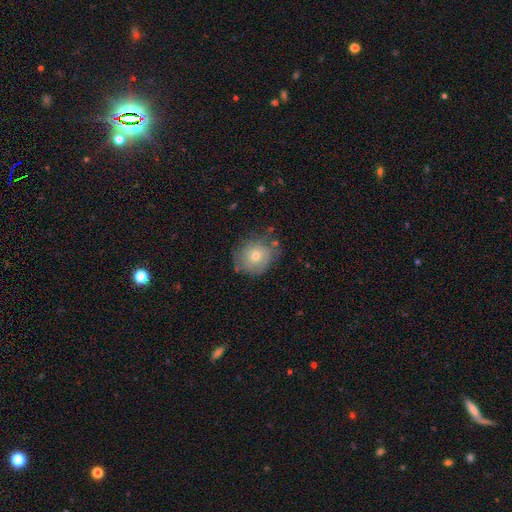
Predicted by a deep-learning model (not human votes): Smooth or featured?
  - smooth: 60% *
  - featured or disk: 31%
  - star or artifact: 10%
How rounded?
  - round: 78% *
  - in between: 21%
  - cigar-shaped: 1%
Merging?
  - none: 66% *
  - minor disturbance: 24%
  - major disturbance: 7%
  - merger: 3%